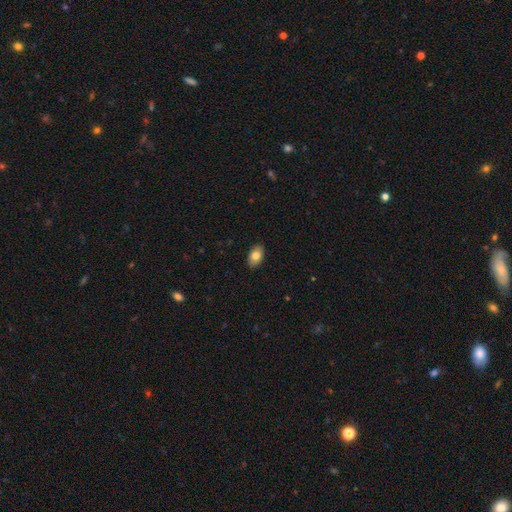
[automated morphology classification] type=smooth (79%); roundness=in between (90%); merging=none (88%).